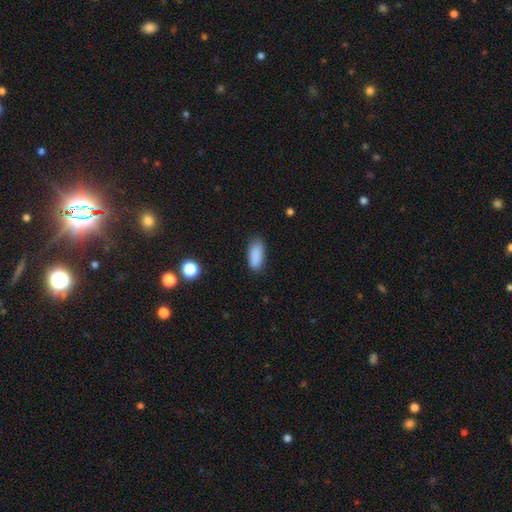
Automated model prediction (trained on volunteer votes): smooth-or-featured: smooth: 87% | star or artifact: 8% | featured or disk: 5%
  how-rounded: in between: 78% | cigar-shaped: 20% | round: 2%
  merging: none: 75% | minor disturbance: 20% | major disturbance: 4% | merger: 2%